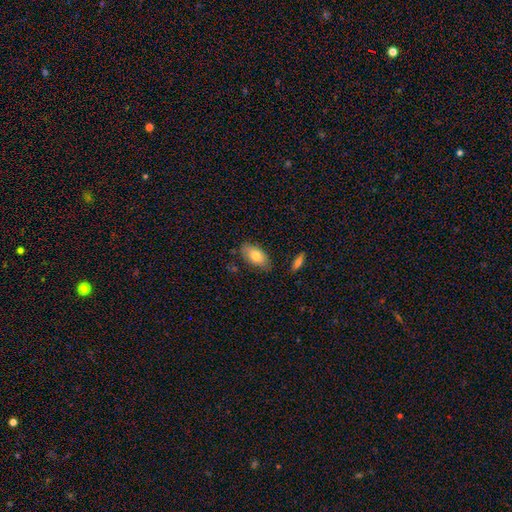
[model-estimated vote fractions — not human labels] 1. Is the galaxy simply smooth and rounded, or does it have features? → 78% smooth, 15% featured or disk, 7% star or artifact.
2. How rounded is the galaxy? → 92% in between, 5% cigar-shaped, 4% round.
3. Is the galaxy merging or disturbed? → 78% none, 16% minor disturbance, 3% major disturbance, 3% merger.